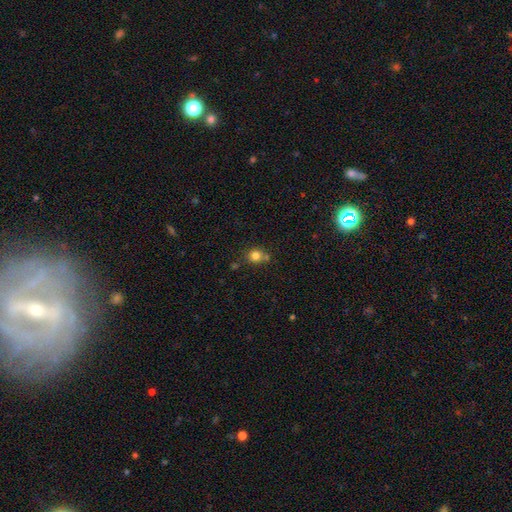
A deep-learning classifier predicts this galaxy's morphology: The model was most divided on "merging": none: 66%, merger: 17%, minor disturbance: 13%, major disturbance: 4%. More confident: how rounded — round (85%); smooth or featured — smooth (80%).